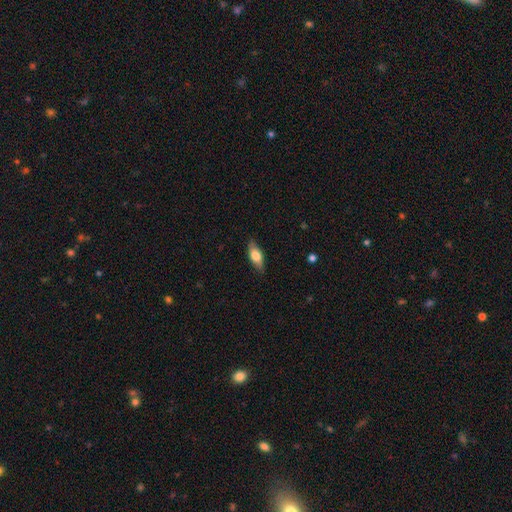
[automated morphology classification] The model was most divided on "smooth or featured": smooth: 64%, featured or disk: 29%, star or artifact: 6%. More confident: merging — none (82%); how rounded — in between (73%).